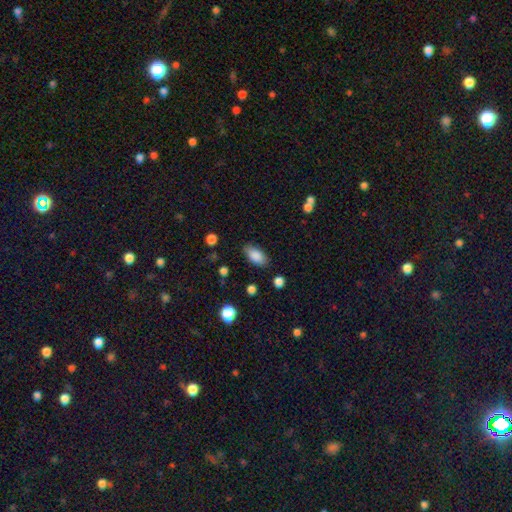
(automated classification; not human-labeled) A smooth galaxy with no disk features (87%) that is in between round and cigar-shaped (91%).

Vote fractions:
- Smooth or featured? smooth: 87% / star or artifact: 7% / featured or disk: 6%
- How rounded? in between: 91% / cigar-shaped: 5% / round: 3%
- Merging? none: 84% / minor disturbance: 11% / major disturbance: 3% / merger: 2%